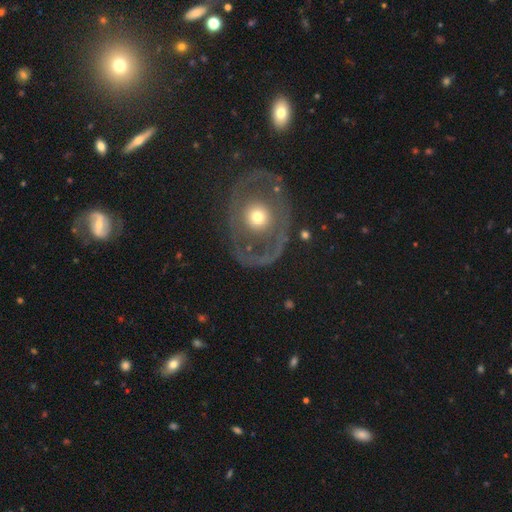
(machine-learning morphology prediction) Smooth or featured? Predicted: featured or disk (p=0.73). Edge-on disk? Predicted: no (p=0.96). Bar? Predicted: no (p=0.78). Spiral arms? Predicted: yes (p=0.56). Bulge size? Predicted: moderate (p=0.68). Merging? Predicted: none (p=0.74).